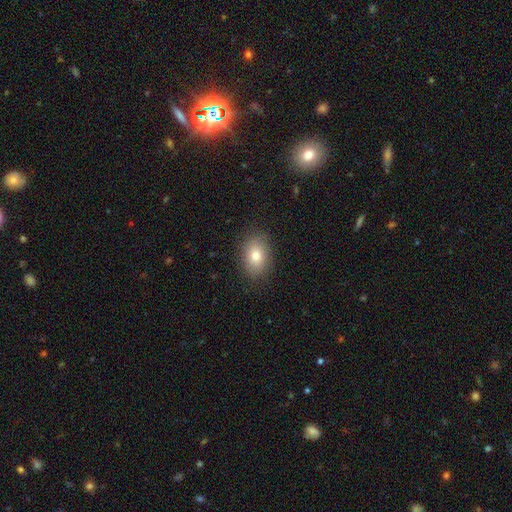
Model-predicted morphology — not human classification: type=smooth (79%); roundness=in between (81%); merging=none (85%).